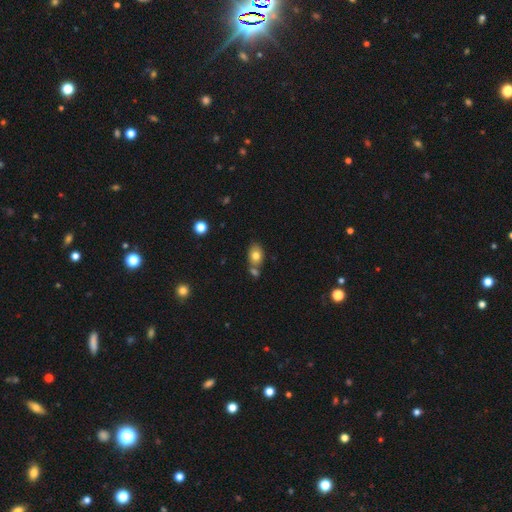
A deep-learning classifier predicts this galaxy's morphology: A smooth galaxy with no disk features (77%) that is in between round and cigar-shaped (77%).

Vote fractions:
- Smooth or featured? smooth: 77% / featured or disk: 14% / star or artifact: 9%
- How rounded? in between: 77% / round: 22% / cigar-shaped: 2%
- Merging? none: 56% / merger: 27% / minor disturbance: 13% / major disturbance: 4%